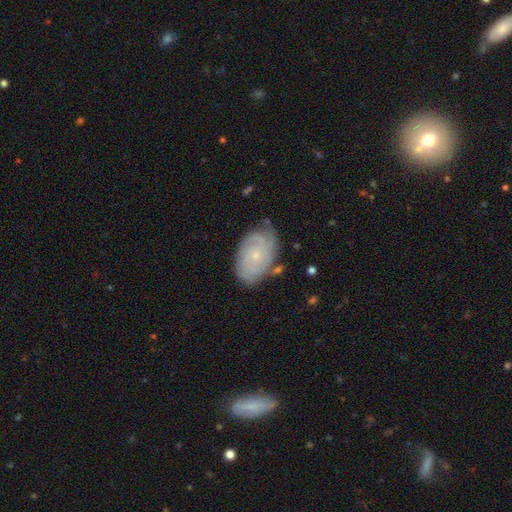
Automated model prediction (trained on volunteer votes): Smooth or featured: featured or disk — 75% (smooth — 19%)
Edge-on disk: no — 96% (yes — 4%)
Bar: no — 79% (weak — 19%)
Spiral arms: yes — 93% (no — 7%)
Spiral winding: tight — 71% (medium — 23%)
Spiral arm count: can't tell — 37% (3 — 20%)
Bulge size: small — 77% (moderate — 18%)
Merging: none — 72% (minor disturbance — 20%)